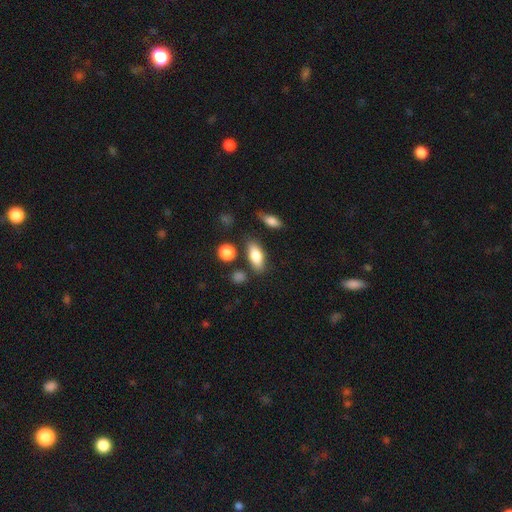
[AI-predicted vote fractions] A smooth galaxy with no disk features (81%) that is in between round and cigar-shaped (79%). Merging: none (77%).